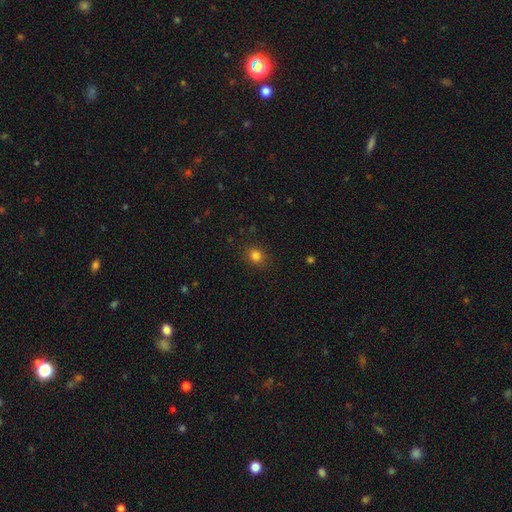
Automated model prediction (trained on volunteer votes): Morphology: type=smooth (82%); roundness=round (74%); merging=none (88%).